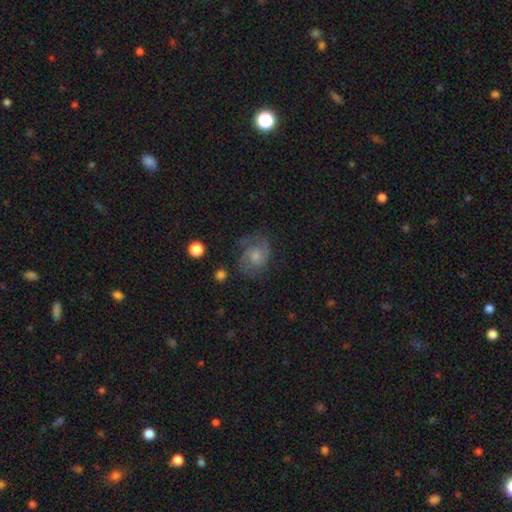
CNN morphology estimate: A featured or disk galaxy (69%) with no bar (68%), 2 (61%) medium (48%) spiral arms (93%) and a moderate central bulge (46%).

Vote fractions:
- Smooth or featured? featured or disk: 69% / smooth: 19% / star or artifact: 12%
- Edge-on disk? no: 97% / yes: 3%
- Bar? no: 68% / weak: 28% / strong: 4%
- Spiral arms? yes: 93% / no: 7%
- Spiral winding? medium: 48% / tight: 38% / loose: 15%
- Spiral arm count? 2: 61% / can't tell: 17% / 3: 12% / 1: 5% / 4: 3% / more than 4: 3%
- Bulge size? moderate: 46% / small: 42% / none: 6% / large: 5% / dominant: 1%
- Merging? none: 71% / minor disturbance: 18% / major disturbance: 9% / merger: 2%